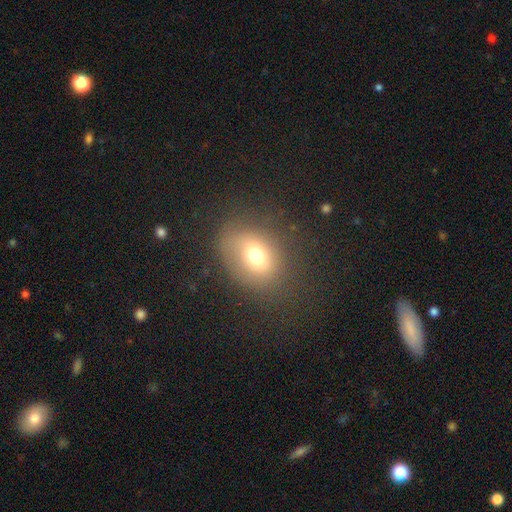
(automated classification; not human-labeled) Smooth or featured? Predicted: smooth (p=0.69). How rounded? Predicted: in between (p=0.52). Merging? Predicted: none (p=0.72).